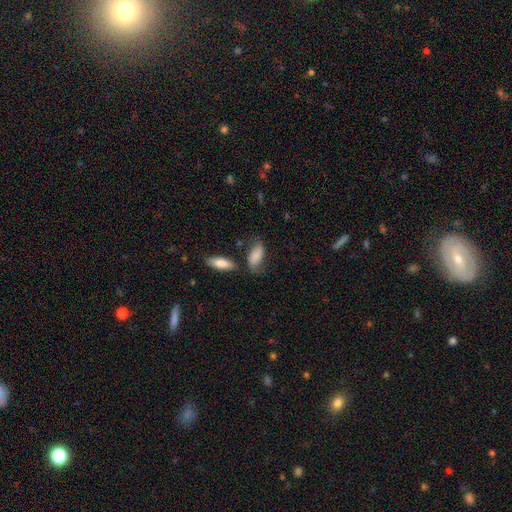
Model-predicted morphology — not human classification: The model was most divided on "merging": none: 53%, minor disturbance: 26%, merger: 11%, major disturbance: 9%. More confident: how rounded — in between (84%); smooth or featured — smooth (80%).